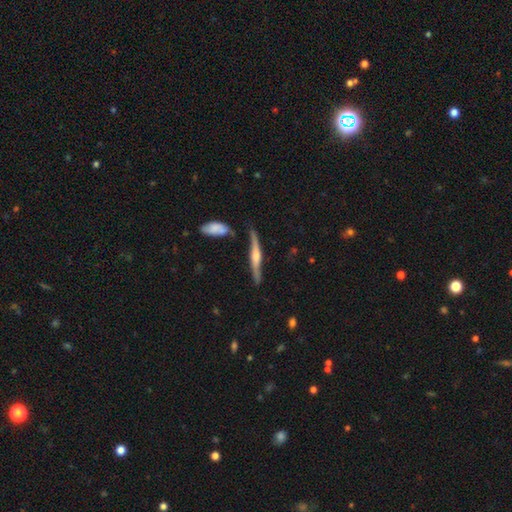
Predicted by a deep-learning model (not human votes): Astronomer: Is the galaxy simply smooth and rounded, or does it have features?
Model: featured or disk — 73%.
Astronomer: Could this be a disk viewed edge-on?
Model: yes — 94%.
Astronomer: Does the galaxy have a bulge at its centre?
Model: rounded — 77%.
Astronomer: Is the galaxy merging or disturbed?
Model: none — 78%.